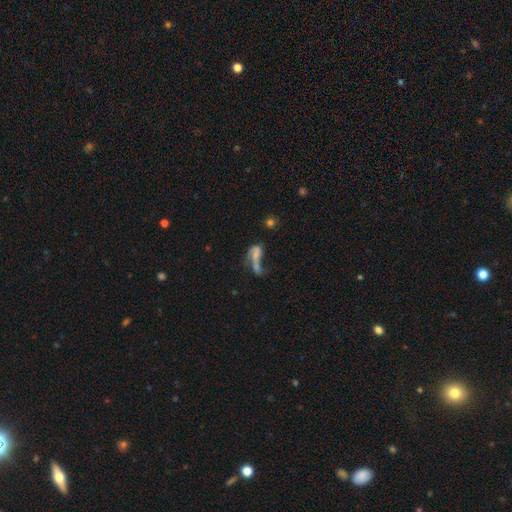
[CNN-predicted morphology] The model was most divided on "smooth or featured": featured or disk: 43%, smooth: 42%, star or artifact: 15%. Remaining: merging — merger (36%).